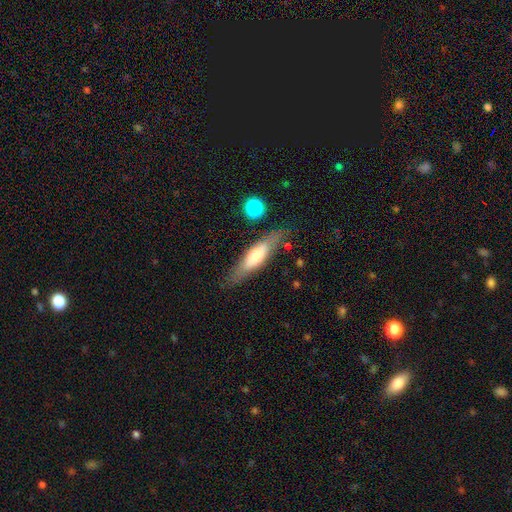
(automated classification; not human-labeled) Smooth or featured? smooth (51%)
How rounded? cigar-shaped (69%)
Merging? none (77%)